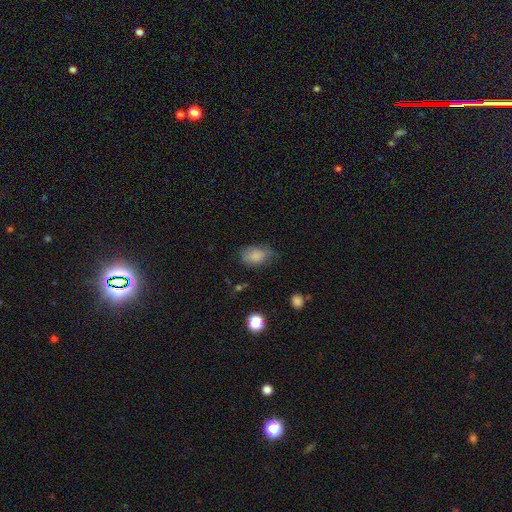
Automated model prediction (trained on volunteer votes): smooth 82%, featured or disk 10%, star or artifact 9%. Down the decision tree: how rounded — in between (84%); merging — none (55%).